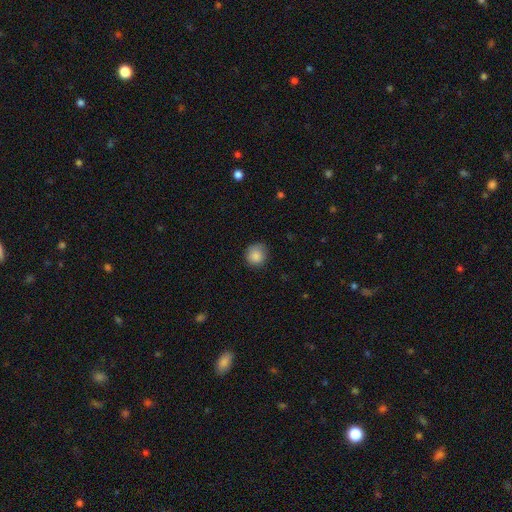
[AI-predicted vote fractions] Morphology: type=smooth (87%); roundness=round (87%); merging=none (77%).